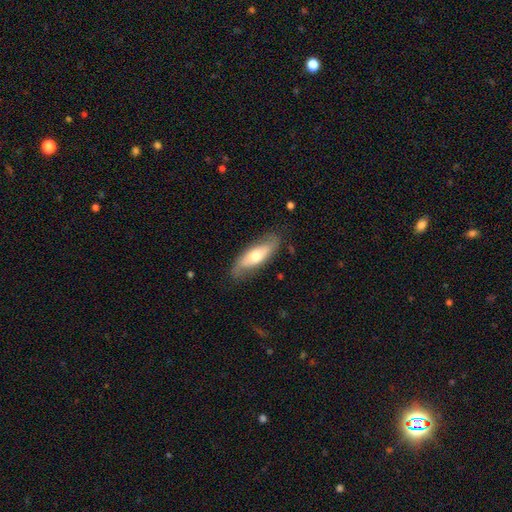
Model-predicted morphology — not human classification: This is possibly a smooth galaxy (49%). Merging: likely none (76%).